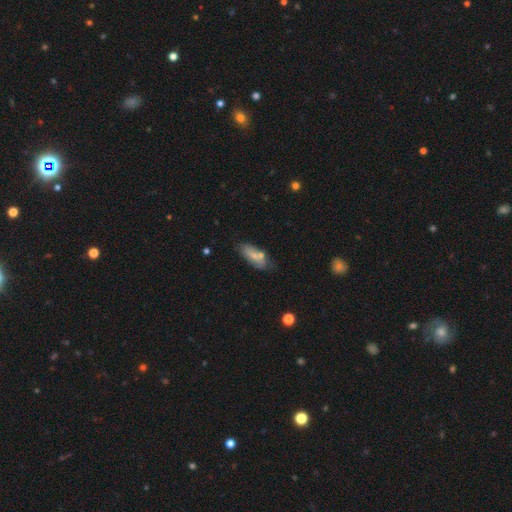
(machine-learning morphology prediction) Q: Smooth or featured?
A: smooth (72%); runner-up: featured or disk (20%)
Q: How rounded?
A: in between (73%); runner-up: cigar-shaped (23%)
Q: Merging?
A: none (63%); runner-up: minor disturbance (21%)